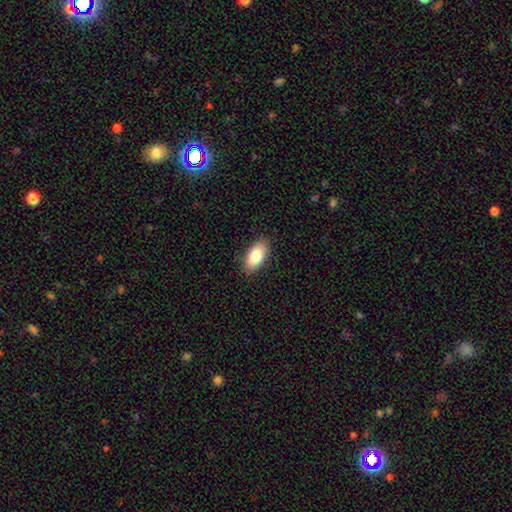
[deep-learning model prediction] Smooth or featured? Predicted: smooth (p=0.84). How rounded? Predicted: in between (p=0.93). Merging? Predicted: none (p=0.88).